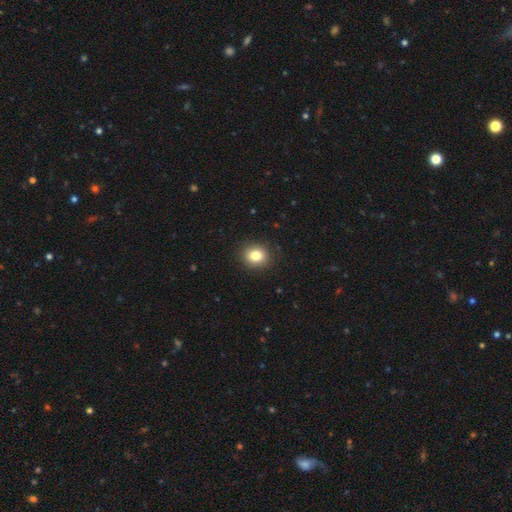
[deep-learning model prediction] The model was most divided on "how rounded": round: 70%, in between: 29%, cigar-shaped: 1%. More confident: merging — none (90%); smooth or featured — smooth (82%).